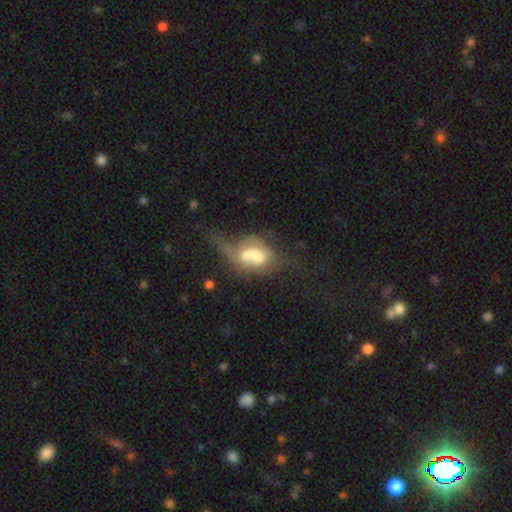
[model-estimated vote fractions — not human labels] Morphology: type=featured or disk (45%); merging=merger (51%).